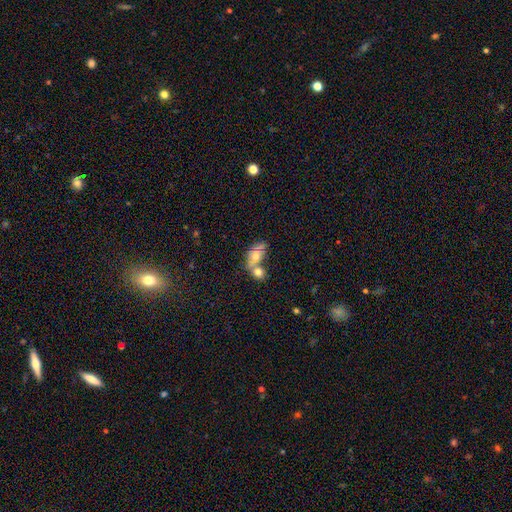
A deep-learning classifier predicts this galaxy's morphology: Q: Smooth or featured?
A: smooth (63%); runner-up: featured or disk (27%)
Q: How rounded?
A: in between (70%); runner-up: round (27%)
Q: Merging?
A: merger (60%); runner-up: none (21%)